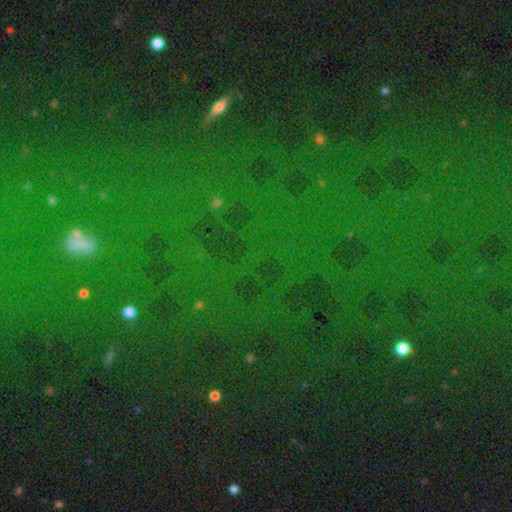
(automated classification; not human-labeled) Smooth or featured? star or artifact (79%)